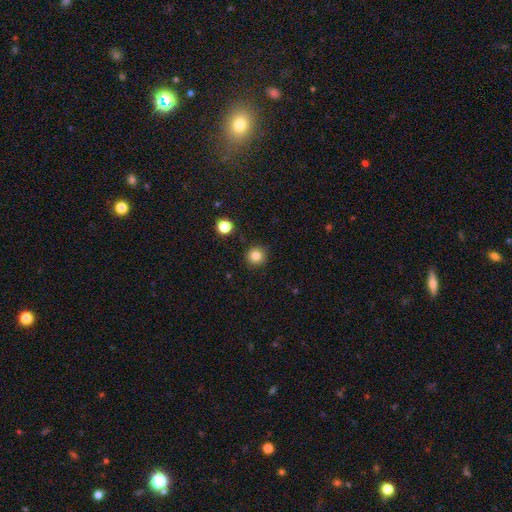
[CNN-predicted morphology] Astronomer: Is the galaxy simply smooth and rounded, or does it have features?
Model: smooth — 83%.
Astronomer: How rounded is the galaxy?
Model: round — 95%.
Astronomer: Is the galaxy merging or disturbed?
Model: none — 91%.